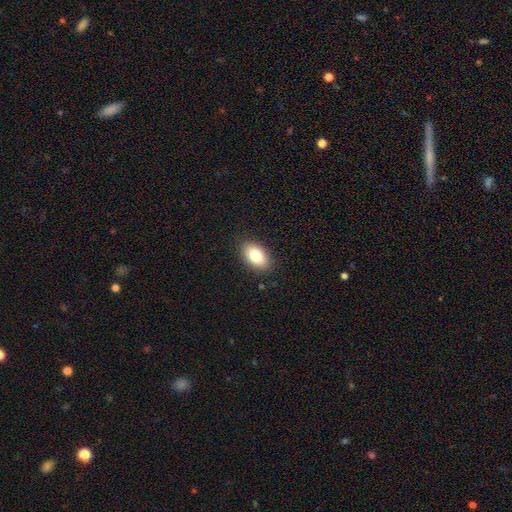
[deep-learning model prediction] Smooth or featured? Predicted: smooth (p=0.82). How rounded? Predicted: in between (p=0.90). Merging? Predicted: none (p=0.88).